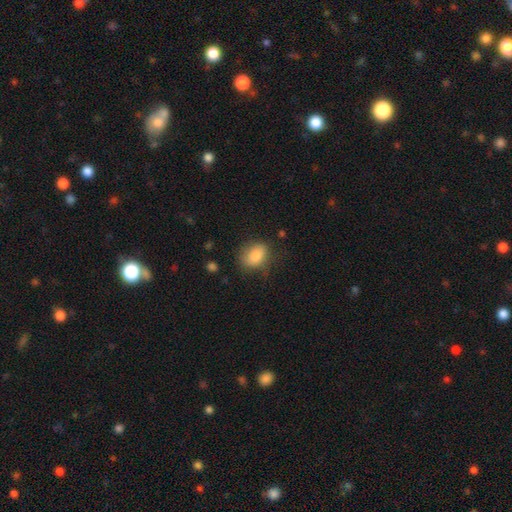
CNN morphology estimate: smooth 84%, featured or disk 8%, star or artifact 8%. Down the decision tree: how rounded — in between (74%); merging — none (64%).